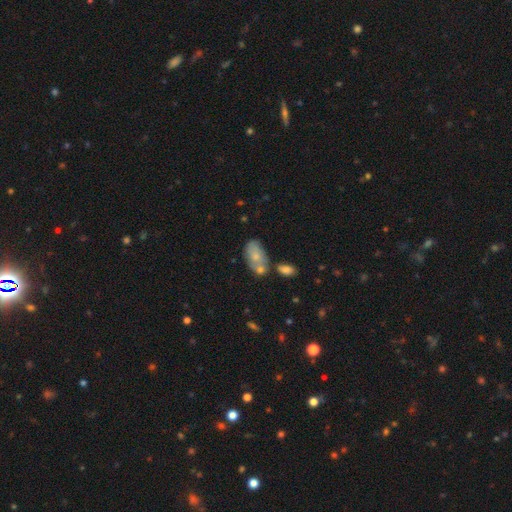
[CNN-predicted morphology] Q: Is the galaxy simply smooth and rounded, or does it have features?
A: smooth — 72%.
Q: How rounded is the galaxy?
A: in between — 93%.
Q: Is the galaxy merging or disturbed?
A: none — 43%.